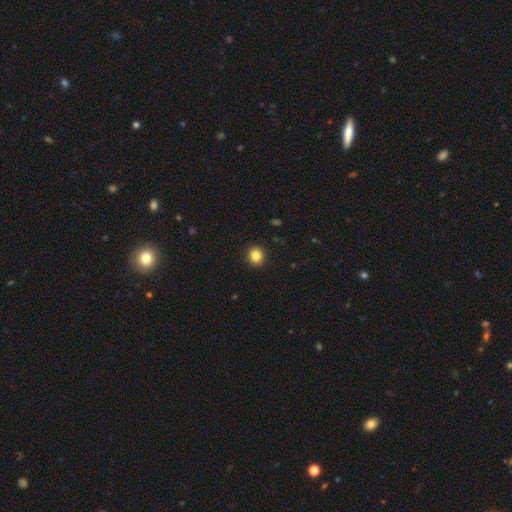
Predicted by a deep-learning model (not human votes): A smooth galaxy with no disk features (84%) that is round (87%).

Vote fractions:
- Smooth or featured? smooth: 84% / star or artifact: 11% / featured or disk: 5%
- How rounded? round: 87% / in between: 13% / cigar-shaped: 1%
- Merging? none: 93% / minor disturbance: 5% / major disturbance: 2% / merger: 1%